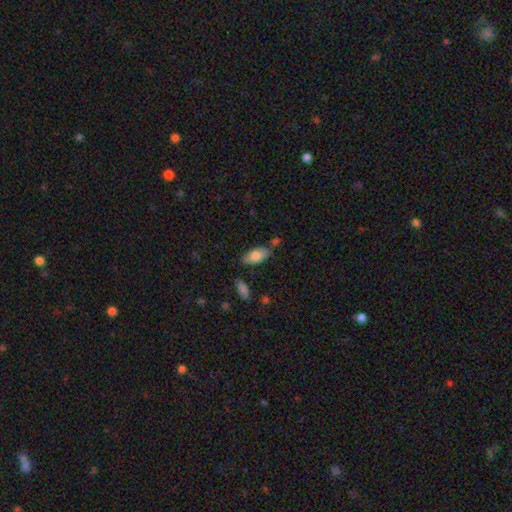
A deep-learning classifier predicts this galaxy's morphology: Smooth or featured: smooth — 76% (featured or disk — 18%)
How rounded: in between — 90% (cigar-shaped — 7%)
Merging: none — 74% (minor disturbance — 16%)